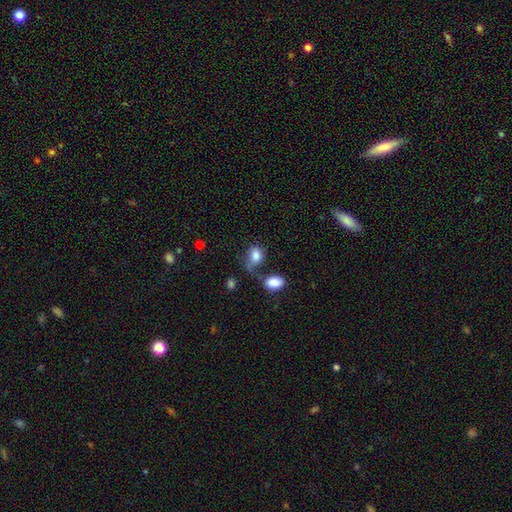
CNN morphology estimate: A smooth galaxy with no disk features (81%) that is in between round and cigar-shaped (77%).

Vote fractions:
- Smooth or featured? smooth: 81% / featured or disk: 10% / star or artifact: 9%
- How rounded? in between: 77% / round: 21% / cigar-shaped: 2%
- Merging? none: 35% / merger: 25% / minor disturbance: 21% / major disturbance: 19%